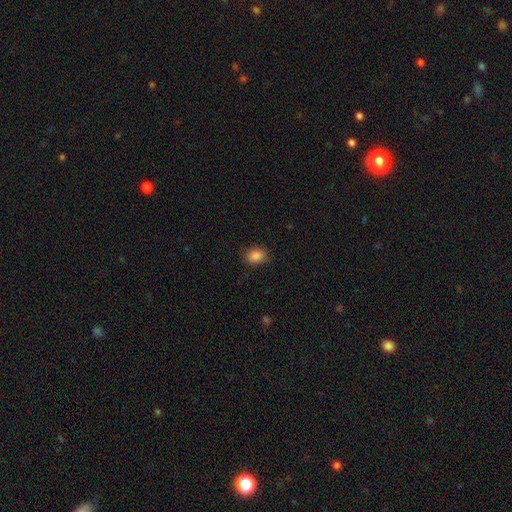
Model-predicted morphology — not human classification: This is clearly a smooth galaxy (87%). How rounded: likely in between (65%). Merging: clearly none (85%).